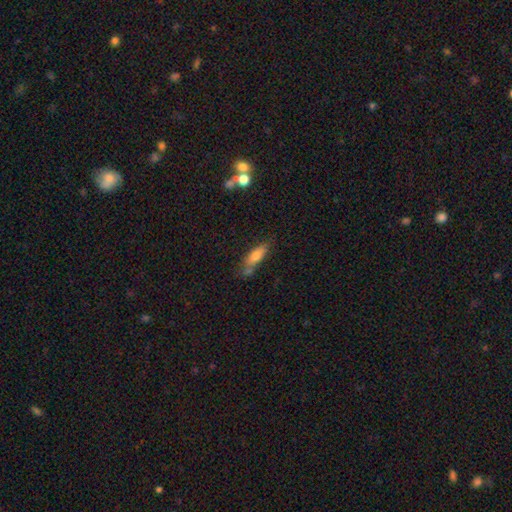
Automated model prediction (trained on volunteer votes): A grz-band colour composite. It shows a smooth galaxy with no disk features (65%) that is cigar-shaped (52%). Merging: none (58%).